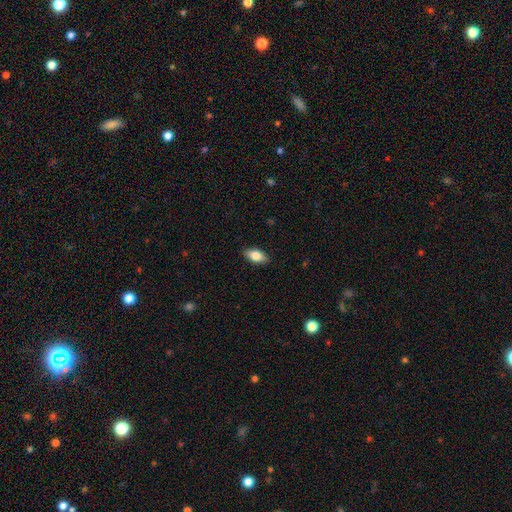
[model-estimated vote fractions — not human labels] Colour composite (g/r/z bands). It shows a smooth galaxy with no disk features (79%) that is in between round and cigar-shaped (88%). Merging: none (87%).